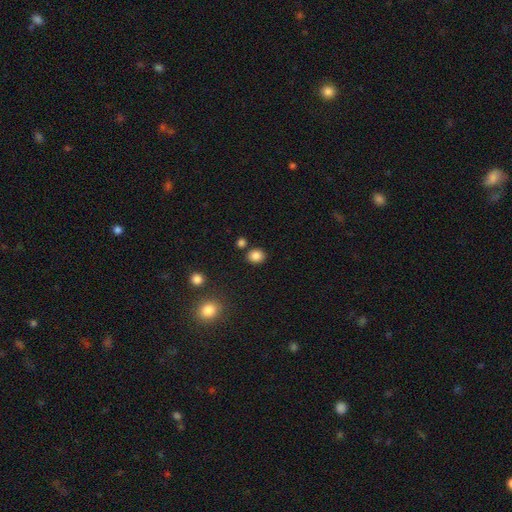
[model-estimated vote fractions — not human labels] Smooth or featured: smooth — 85% (star or artifact — 11%)
How rounded: round — 65% (in between — 34%)
Merging: none — 81% (minor disturbance — 9%)